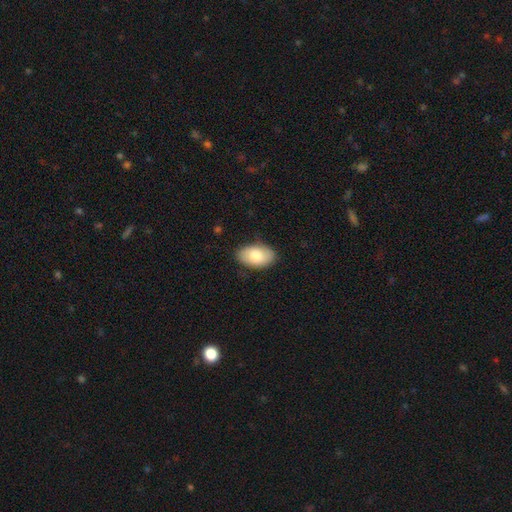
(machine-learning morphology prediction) type=smooth (78%); roundness=in between (93%); merging=none (85%).